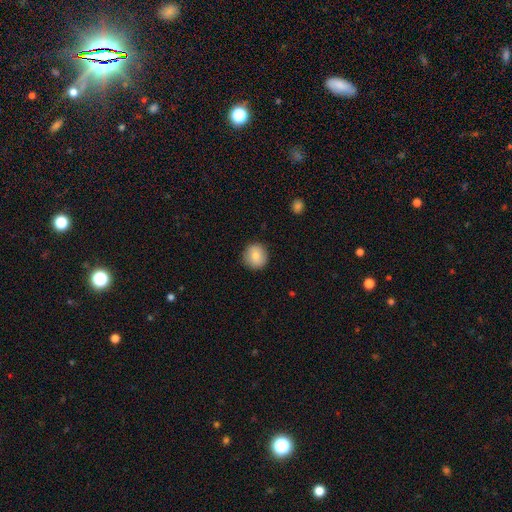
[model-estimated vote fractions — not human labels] Overall: smooth (79%). How rounded: round (93%). Merging: none (89%).